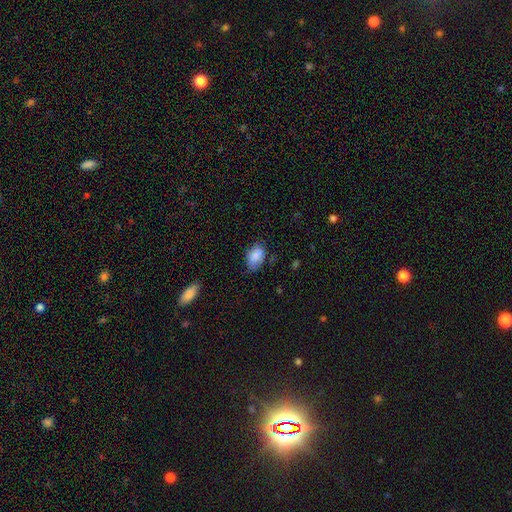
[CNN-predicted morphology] A smooth galaxy with no disk features (84%) that is in between round and cigar-shaped (86%).

Vote fractions:
- Smooth or featured? smooth: 84% / featured or disk: 9% / star or artifact: 7%
- How rounded? in between: 86% / round: 12% / cigar-shaped: 1%
- Merging? none: 63% / minor disturbance: 29% / major disturbance: 6% / merger: 2%